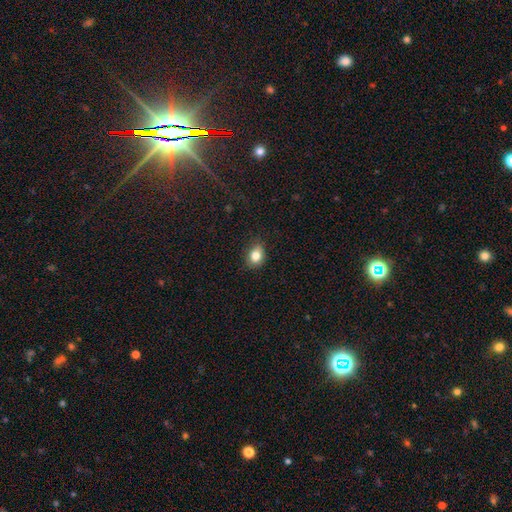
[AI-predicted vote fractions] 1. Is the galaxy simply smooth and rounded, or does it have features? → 81% smooth, 10% star or artifact, 9% featured or disk.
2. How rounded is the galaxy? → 60% in between, 39% round, 1% cigar-shaped.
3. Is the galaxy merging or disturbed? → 80% none, 16% minor disturbance, 3% major disturbance, 1% merger.